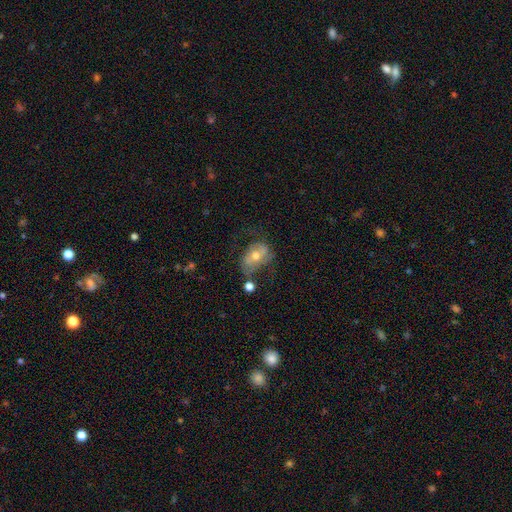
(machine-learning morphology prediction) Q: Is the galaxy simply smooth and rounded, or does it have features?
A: smooth — 47%.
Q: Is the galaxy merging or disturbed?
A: none — 35%.